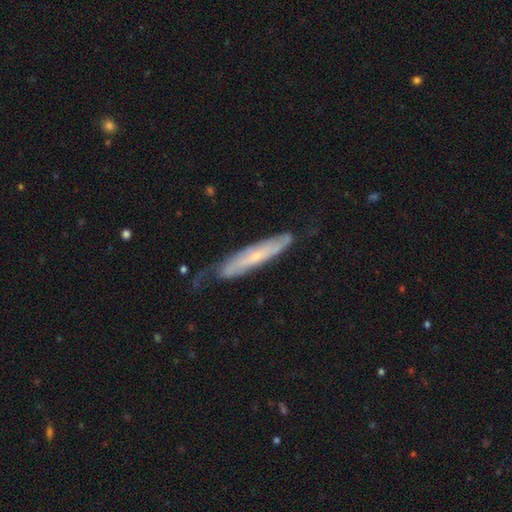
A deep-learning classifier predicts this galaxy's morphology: smooth-or-featured: featured or disk: 66% | smooth: 29% | star or artifact: 6%
  disk-edge-on: no: 51% | yes: 49%
  merging: none: 59% | minor disturbance: 28% | major disturbance: 11% | merger: 2%